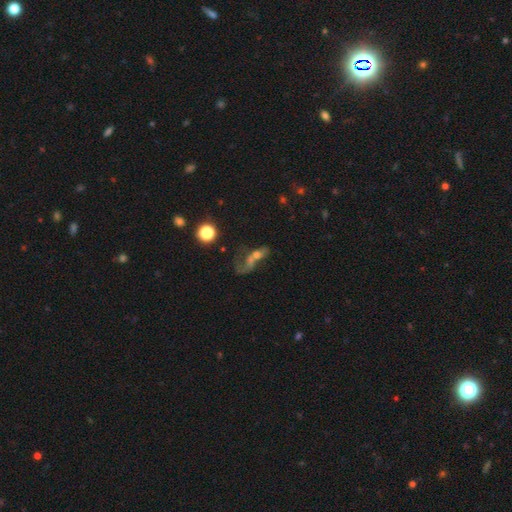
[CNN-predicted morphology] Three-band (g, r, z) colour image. It shows a featured or disk galaxy (42%). Merging: merger (46%).